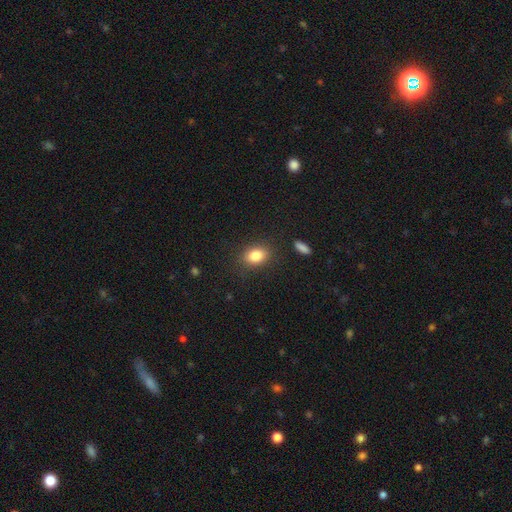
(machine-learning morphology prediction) Smooth or featured? smooth (83%)
How rounded? in between (65%)
Merging? none (83%)